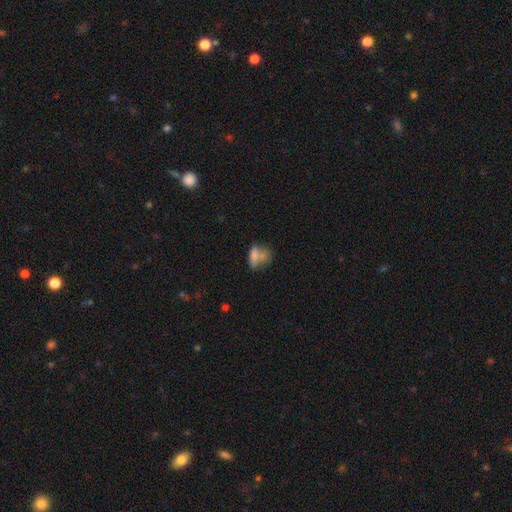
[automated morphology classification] The model was most divided on "merging": merger: 42%, none: 28%, minor disturbance: 15%, major disturbance: 14%. More confident: how rounded — in between (73%); smooth or featured — smooth (67%).